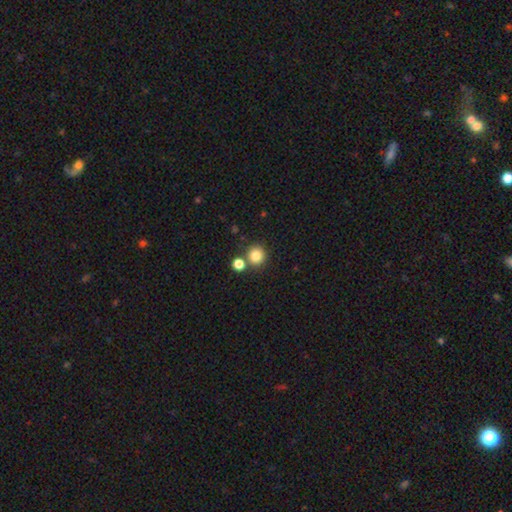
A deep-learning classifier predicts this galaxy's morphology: Smooth or featured?
  - smooth: 82% *
  - star or artifact: 12%
  - featured or disk: 6%
How rounded?
  - round: 92% *
  - in between: 7%
  - cigar-shaped: 1%
Merging?
  - none: 74% *
  - merger: 16%
  - minor disturbance: 7%
  - major disturbance: 3%